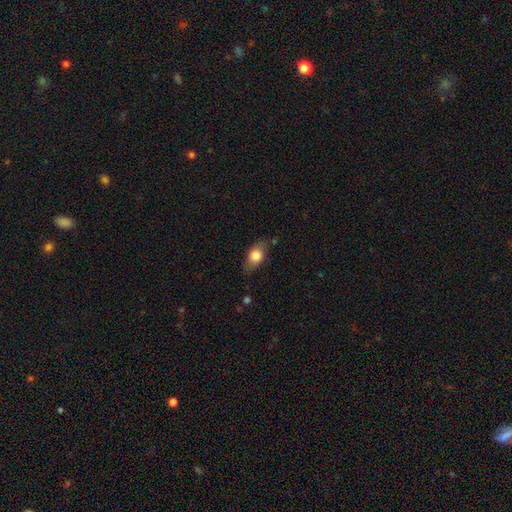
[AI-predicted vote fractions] smooth_or_featured: smooth (p=0.76) [alt: featured or disk p=0.17]
how_rounded: in between (p=0.79) [alt: round p=0.16]
merging: none (p=0.71) [alt: minor disturbance p=0.21]